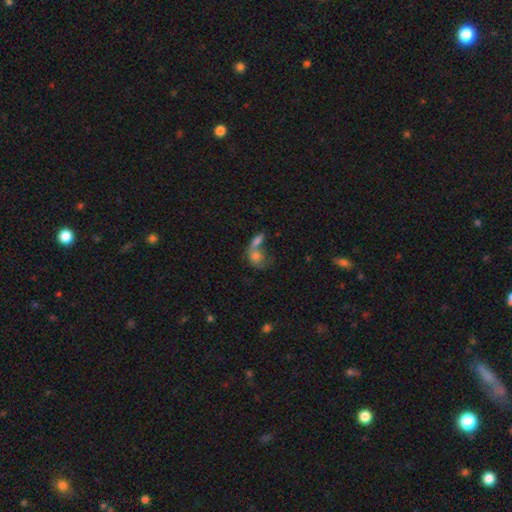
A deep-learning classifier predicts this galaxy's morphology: This is likely a smooth galaxy (70%). How rounded: possibly in between (55%). Merging: likely merger (61%).